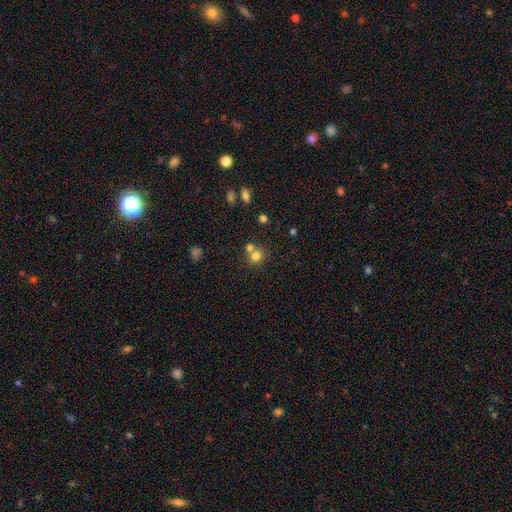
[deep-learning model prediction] Q: Smooth or featured?
A: smooth (77%); runner-up: star or artifact (14%)
Q: How rounded?
A: round (85%); runner-up: in between (14%)
Q: Merging?
A: none (54%); runner-up: merger (36%)